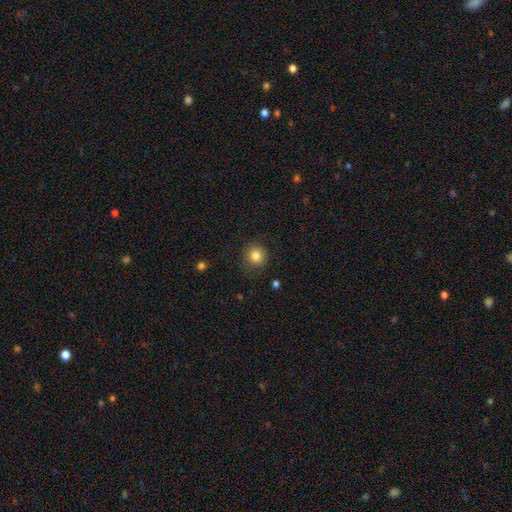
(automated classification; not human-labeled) The model was most divided on "smooth or featured": smooth: 83%, star or artifact: 10%, featured or disk: 6%. More confident: how rounded — round (90%); merging — none (86%).